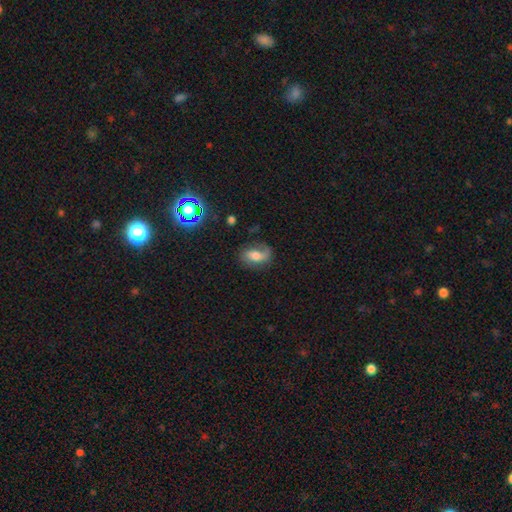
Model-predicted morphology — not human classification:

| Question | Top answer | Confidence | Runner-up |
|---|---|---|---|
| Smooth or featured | featured or disk | 51% | smooth (38%) |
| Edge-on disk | no | 94% | yes (6%) |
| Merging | none | 62% | minor disturbance (22%) |